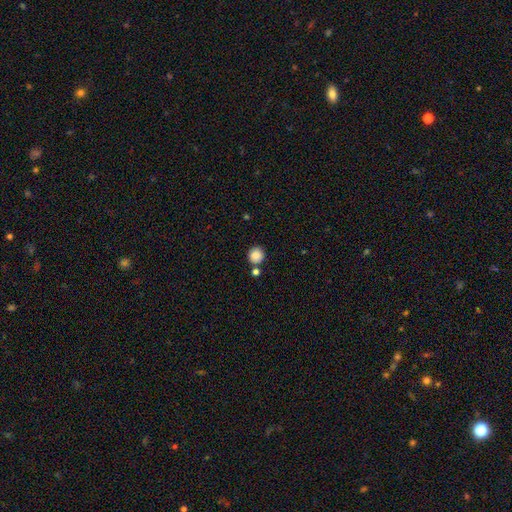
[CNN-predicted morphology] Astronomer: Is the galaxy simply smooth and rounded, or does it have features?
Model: smooth — 86%.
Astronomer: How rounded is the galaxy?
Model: round — 91%.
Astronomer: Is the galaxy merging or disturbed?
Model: none — 76%.